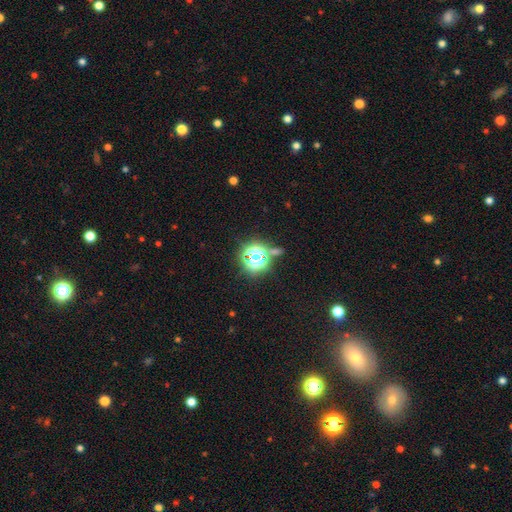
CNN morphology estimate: This is likely a star or artifact rather than a galaxy (70%).